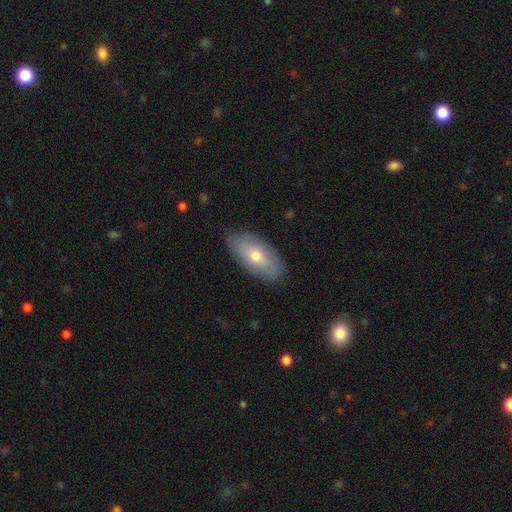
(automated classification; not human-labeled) Smooth or featured? Predicted: smooth (p=0.61). How rounded? Predicted: in between (p=0.90). Merging? Predicted: none (p=0.83).